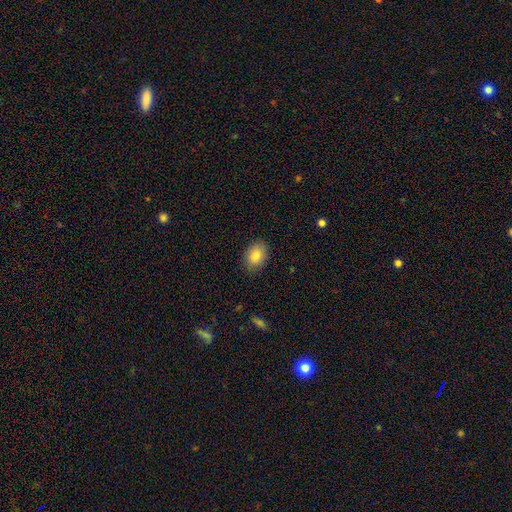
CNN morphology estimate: type=smooth (85%); roundness=in between (72%); merging=none (86%).